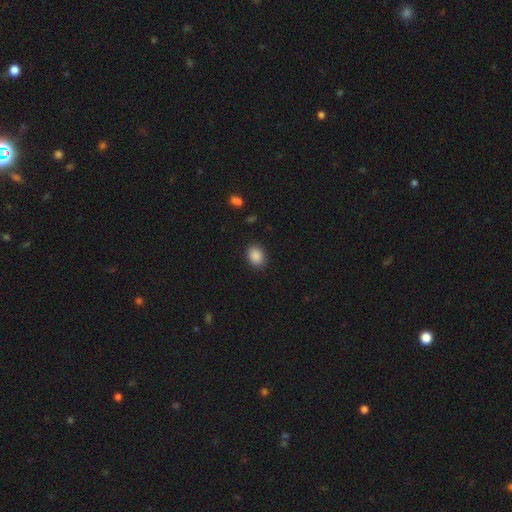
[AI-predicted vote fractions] The model was most divided on "how rounded": in between: 62%, round: 37%, cigar-shaped: 1%. More confident: smooth or featured — smooth (88%); merging — none (88%).